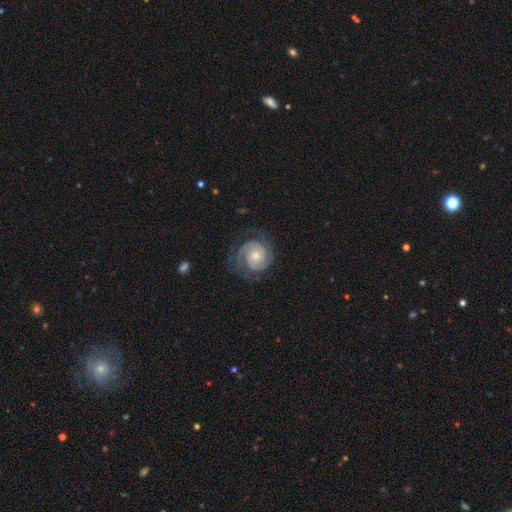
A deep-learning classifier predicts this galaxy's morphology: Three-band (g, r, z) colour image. It shows a featured or disk galaxy (88%) with no bar (74%), 2 (81%) tight (69%) spiral arms (98%) and a small central bulge (48%). Merging: none (75%).